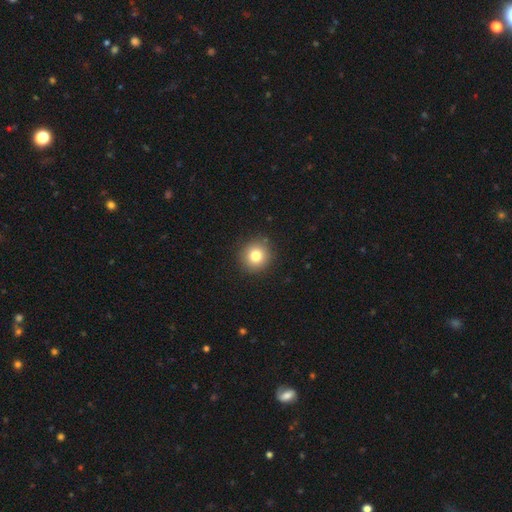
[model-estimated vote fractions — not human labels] This appears to be a smooth galaxy with no disk features (80%) that is round (92%). Merging: none (90%).